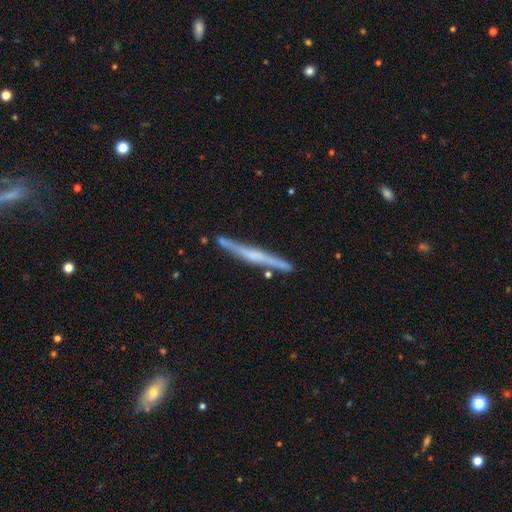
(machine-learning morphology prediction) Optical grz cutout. It shows a featured or disk galaxy (71%) viewed edge-on (97%) with a rounded central bulge (51%). Merging: none (86%).